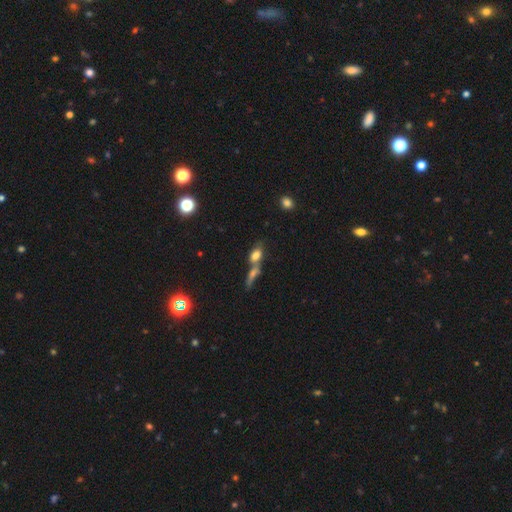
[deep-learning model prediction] smooth-or-featured: smooth: 67% | featured or disk: 20% | star or artifact: 13%
  how-rounded: in between: 72% | cigar-shaped: 14% | round: 14%
  merging: merger: 58% | none: 28% | minor disturbance: 8% | major disturbance: 6%